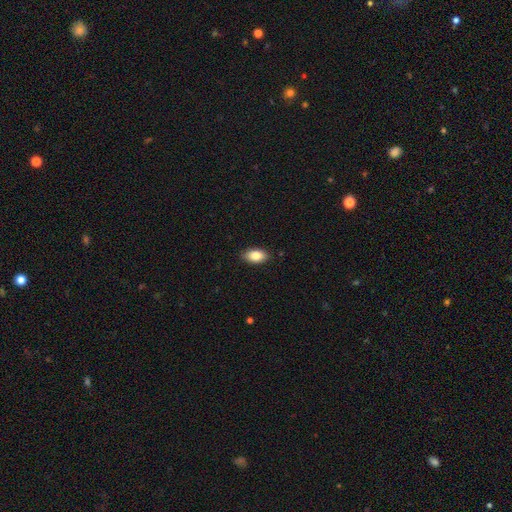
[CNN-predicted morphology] smooth_or_featured: smooth (p=0.85) [alt: featured or disk p=0.08]
how_rounded: in between (p=0.92) [alt: round p=0.05]
merging: none (p=0.88) [alt: minor disturbance p=0.09]